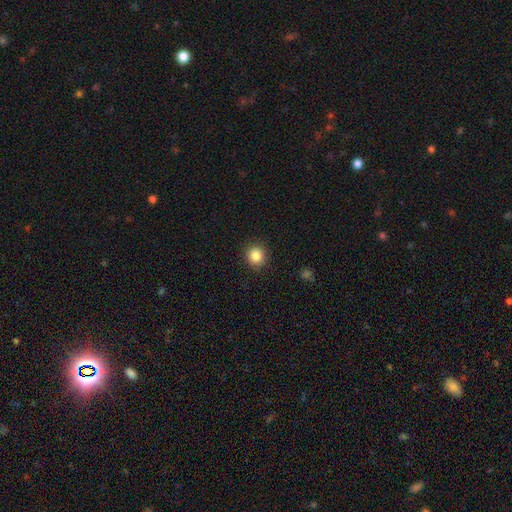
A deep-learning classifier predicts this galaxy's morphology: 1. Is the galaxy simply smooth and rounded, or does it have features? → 86% smooth, 10% star or artifact, 4% featured or disk.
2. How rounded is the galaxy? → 91% round, 9% in between, 1% cigar-shaped.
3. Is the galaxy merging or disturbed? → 91% none, 6% minor disturbance, 2% major disturbance, 1% merger.